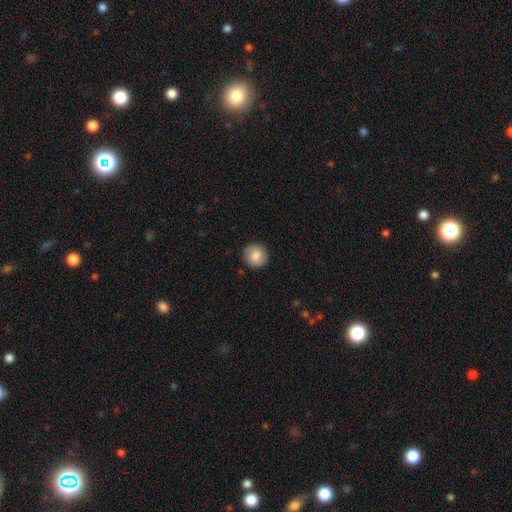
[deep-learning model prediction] Morphology: type=smooth (80%); roundness=round (93%); merging=none (89%).